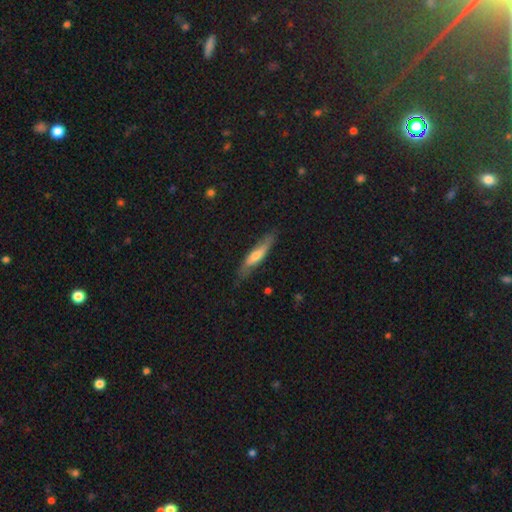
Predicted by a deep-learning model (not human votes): smooth 52%, featured or disk 41%, star or artifact 6%. Down the decision tree: how rounded — cigar-shaped (85%); merging — none (79%).